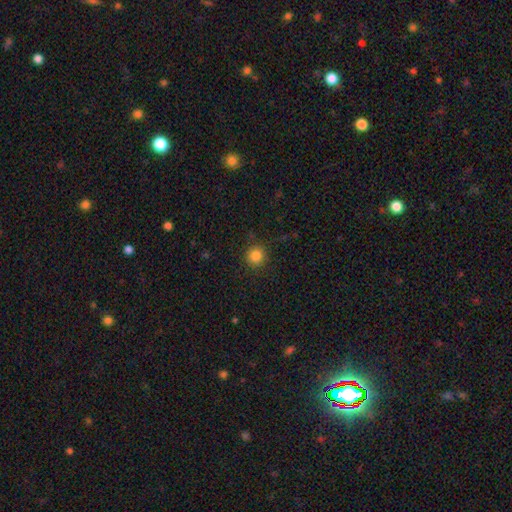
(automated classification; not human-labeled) Smooth or featured? smooth (84%)
How rounded? round (93%)
Merging? none (89%)